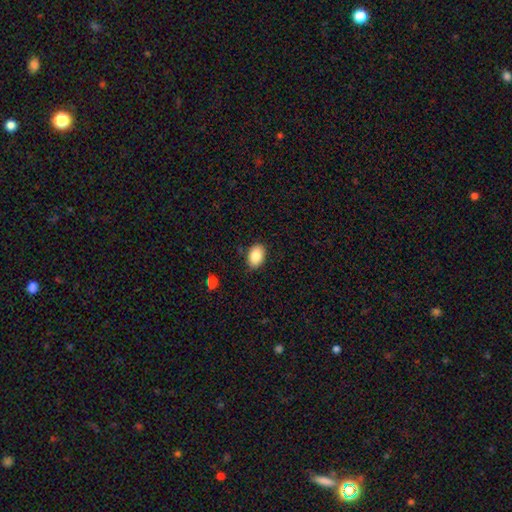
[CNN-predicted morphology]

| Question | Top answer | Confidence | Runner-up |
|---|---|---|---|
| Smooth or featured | smooth | 88% | star or artifact (8%) |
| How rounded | in between | 85% | round (14%) |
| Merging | none | 85% | minor disturbance (11%) |